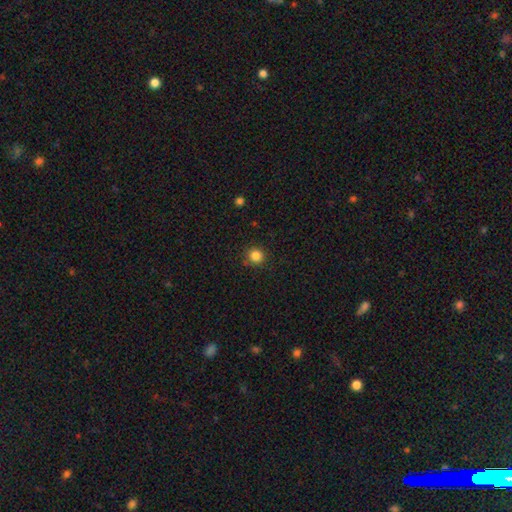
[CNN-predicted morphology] A smooth galaxy with no disk features (85%) that is round (93%).

Vote fractions:
- Smooth or featured? smooth: 85% / star or artifact: 12% / featured or disk: 4%
- How rounded? round: 93% / in between: 6% / cigar-shaped: 1%
- Merging? none: 88% / minor disturbance: 8% / major disturbance: 2% / merger: 1%